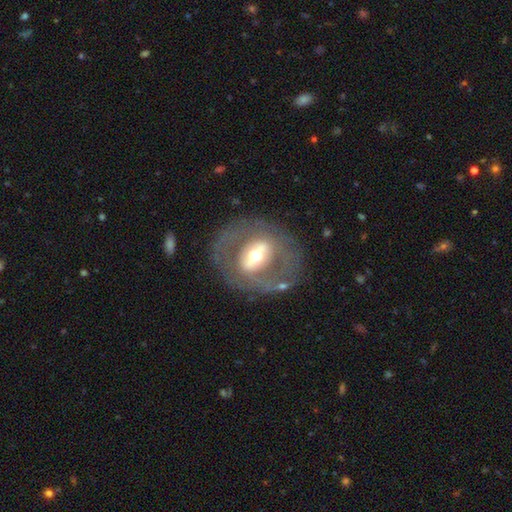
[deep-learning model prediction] Morphology: type=featured or disk (71%); edge-on=no (89%); bar=strong (52%); spiral arms=no (71%); bulge=moderate (64%); merging=none (73%).